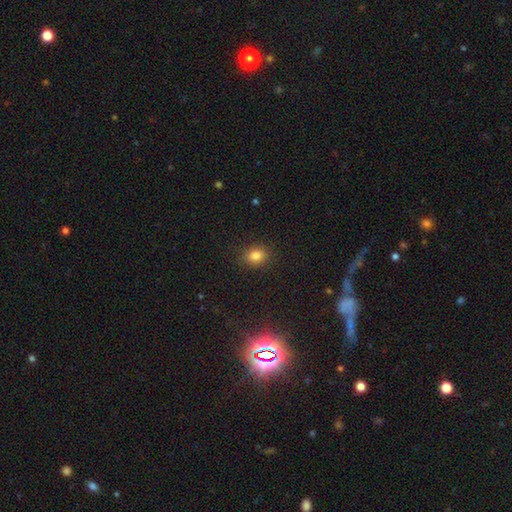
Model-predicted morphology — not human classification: Overall: smooth (82%). How rounded: round (49%, tied with in between). Merging: none (86%).